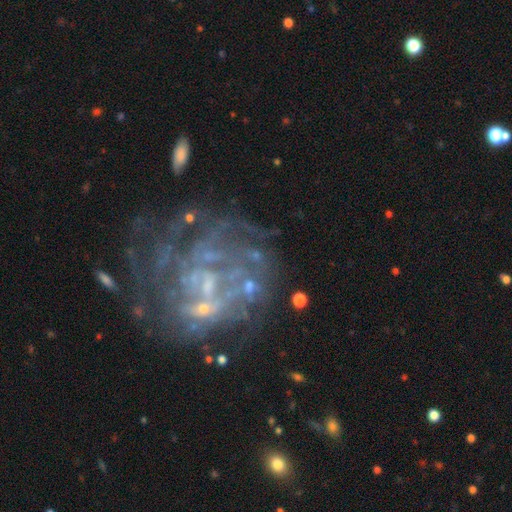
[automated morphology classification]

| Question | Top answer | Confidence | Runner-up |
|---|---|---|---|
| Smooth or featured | featured or disk | 73% | star or artifact (16%) |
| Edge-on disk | no | 98% | yes (2%) |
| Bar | no | 63% | weak (26%) |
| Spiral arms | yes | 58% | no (42%) |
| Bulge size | small | 43% | none (38%) |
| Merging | none | 46% | major disturbance (25%) |